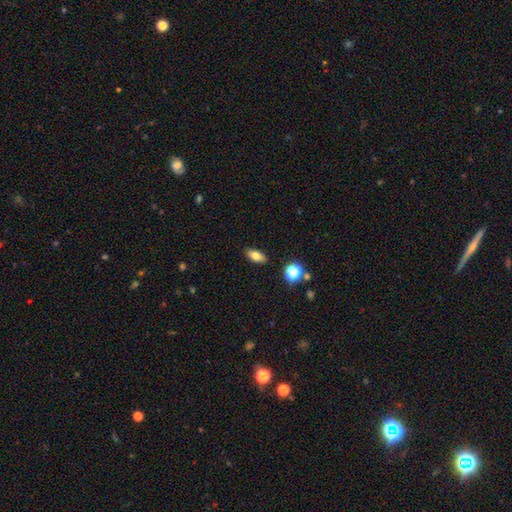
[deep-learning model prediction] A smooth galaxy with no disk features (75%) that is in between round and cigar-shaped (83%).

Vote fractions:
- Smooth or featured? smooth: 75% / featured or disk: 15% / star or artifact: 10%
- How rounded? in between: 83% / cigar-shaped: 10% / round: 7%
- Merging? none: 89% / minor disturbance: 8% / major disturbance: 2% / merger: 2%